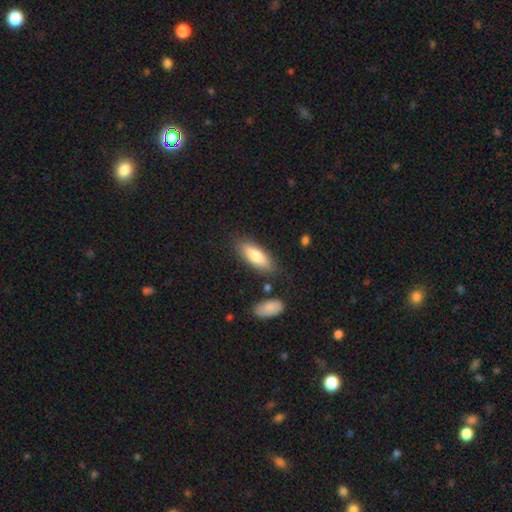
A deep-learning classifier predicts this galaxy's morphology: smooth 76%, featured or disk 18%, star or artifact 6%. Down the decision tree: how rounded — in between (59%); merging — none (80%).